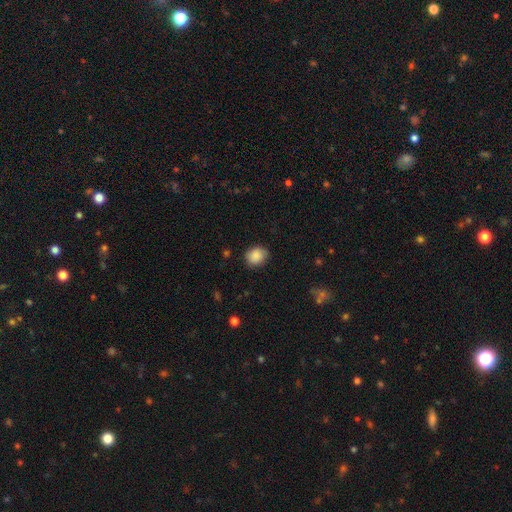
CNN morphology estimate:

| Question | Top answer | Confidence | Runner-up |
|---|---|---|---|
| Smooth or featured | smooth | 88% | star or artifact (8%) |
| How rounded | round | 63% | in between (36%) |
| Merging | none | 79% | minor disturbance (17%) |